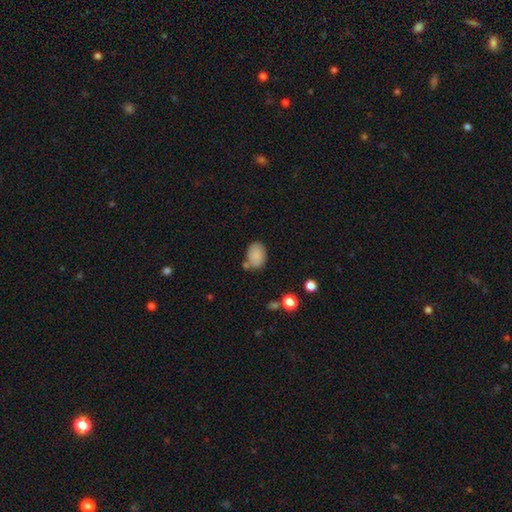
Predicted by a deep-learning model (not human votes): Smooth or featured: smooth — 86% (star or artifact — 8%)
How rounded: in between — 80% (round — 19%)
Merging: none — 67% (minor disturbance — 17%)